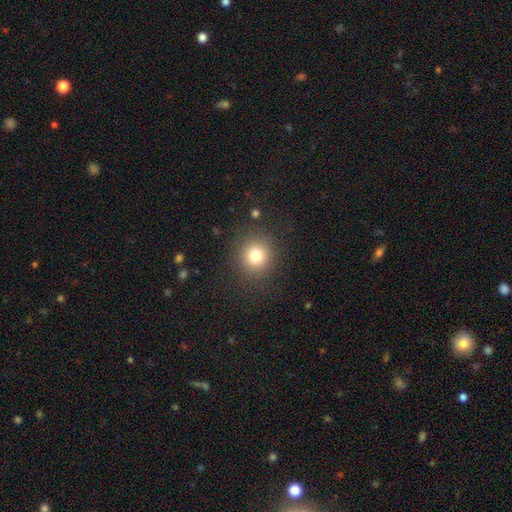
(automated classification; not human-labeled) Smooth or featured? Predicted: smooth (p=0.78). How rounded? Predicted: round (p=0.91). Merging? Predicted: none (p=0.88).